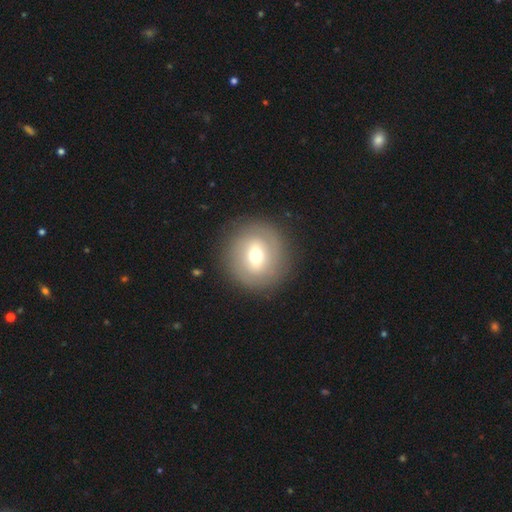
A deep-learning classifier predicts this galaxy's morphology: The model was most divided on "smooth or featured": smooth: 52%, featured or disk: 39%, star or artifact: 8%. More confident: how rounded — round (88%); merging — none (87%).